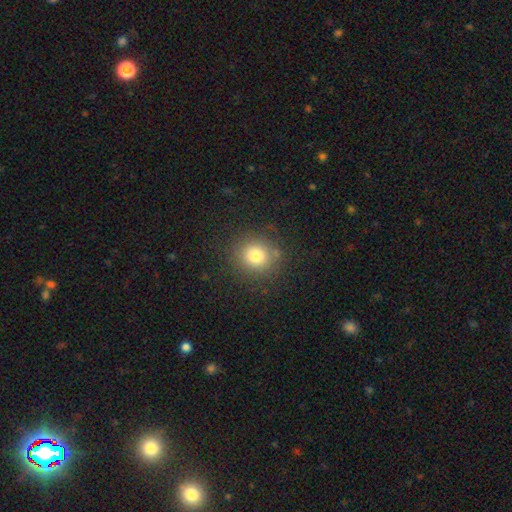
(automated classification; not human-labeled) This appears to be a smooth galaxy with no disk features (77%) that is round (87%). Merging: none (84%).